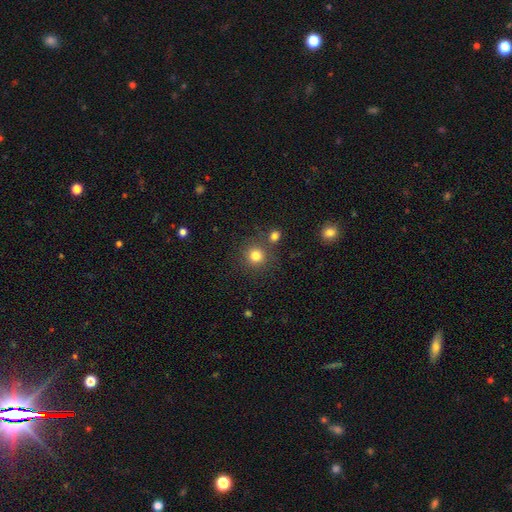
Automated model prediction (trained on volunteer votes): Smooth or featured? smooth (81%)
How rounded? round (92%)
Merging? none (78%)